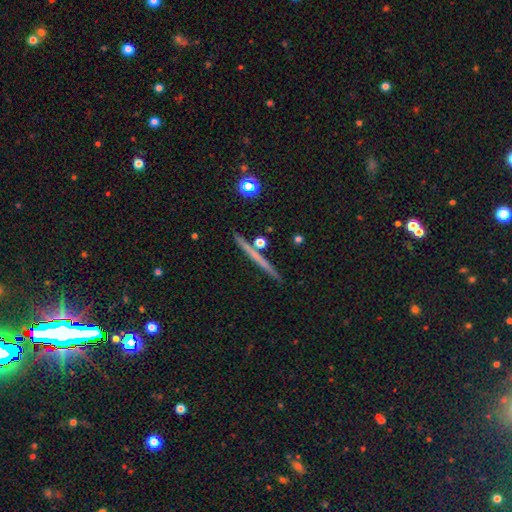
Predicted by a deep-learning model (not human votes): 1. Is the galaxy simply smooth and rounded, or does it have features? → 54% featured or disk, 38% smooth, 8% star or artifact.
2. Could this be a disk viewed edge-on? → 97% yes, 3% no.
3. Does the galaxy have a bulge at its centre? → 84% none, 12% rounded, 4% boxy.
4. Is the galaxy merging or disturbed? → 89% none, 6% minor disturbance, 3% merger, 1% major disturbance.